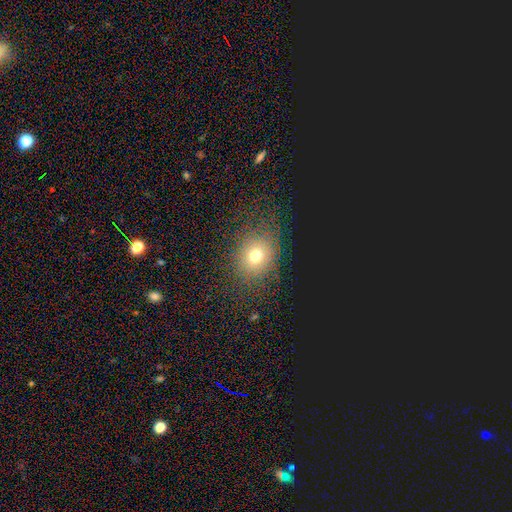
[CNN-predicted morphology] smooth-or-featured: smooth: 61% | star or artifact: 30% | featured or disk: 9%
  how-rounded: round: 61% | in between: 38% | cigar-shaped: 1%
  merging: none: 84% | minor disturbance: 10% | major disturbance: 4% | merger: 1%